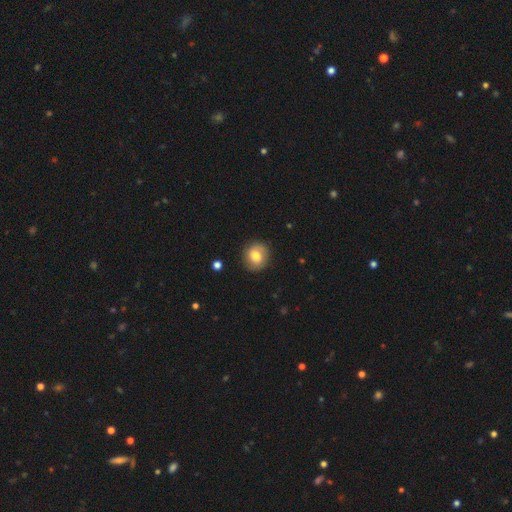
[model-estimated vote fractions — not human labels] Smooth or featured? Predicted: smooth (p=0.67). How rounded? Predicted: round (p=0.85). Merging? Predicted: none (p=0.85).